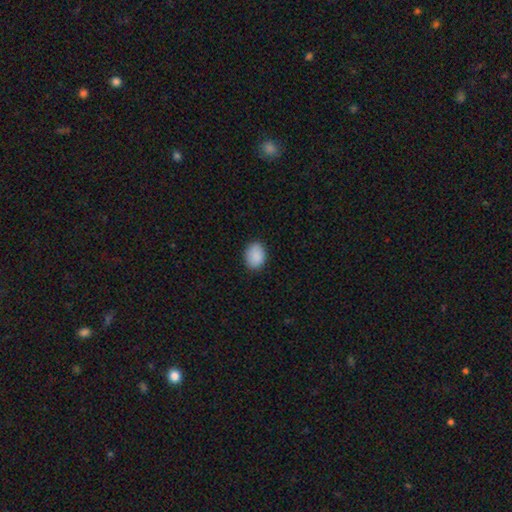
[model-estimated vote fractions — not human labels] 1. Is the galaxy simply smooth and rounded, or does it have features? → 89% smooth, 8% star or artifact, 3% featured or disk.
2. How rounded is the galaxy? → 64% in between, 35% round, 1% cigar-shaped.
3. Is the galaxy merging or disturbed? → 86% none, 11% minor disturbance, 2% major disturbance, 1% merger.